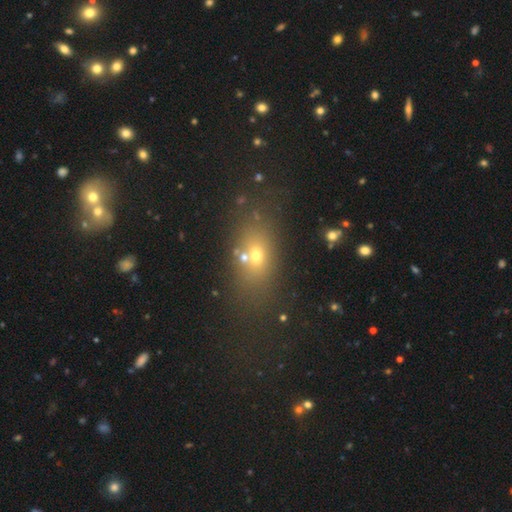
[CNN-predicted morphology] This appears to be a smooth galaxy with no disk features (52%) that is in between round and cigar-shaped (63%). Merging: none (63%).